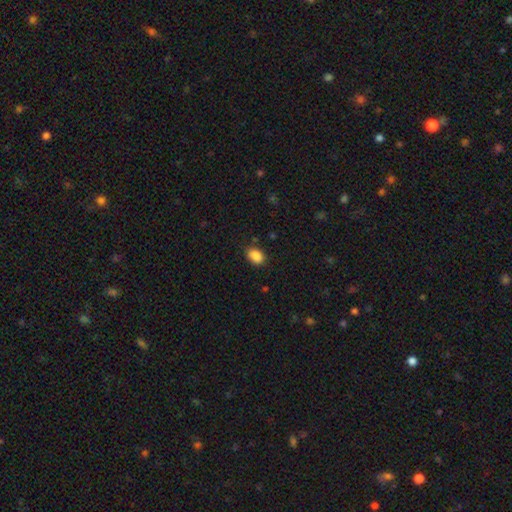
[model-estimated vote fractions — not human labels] Smooth or featured? smooth (88%)
How rounded? in between (81%)
Merging? none (82%)